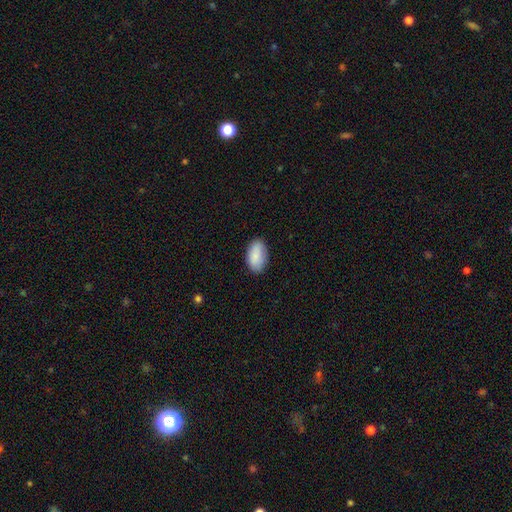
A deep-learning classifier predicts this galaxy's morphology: The model was most divided on "merging": none: 84%, minor disturbance: 12%, major disturbance: 2%, merger: 1%. More confident: how rounded — in between (94%); smooth or featured — smooth (88%).